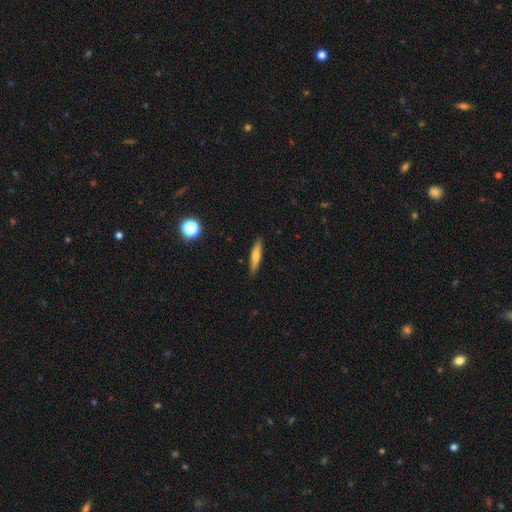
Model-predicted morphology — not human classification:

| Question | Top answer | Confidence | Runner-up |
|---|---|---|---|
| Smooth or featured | smooth | 64% | featured or disk (29%) |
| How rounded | cigar-shaped | 83% | in between (15%) |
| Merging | none | 89% | minor disturbance (8%) |